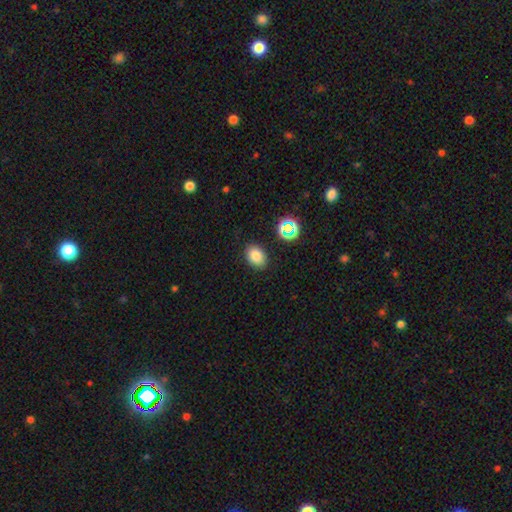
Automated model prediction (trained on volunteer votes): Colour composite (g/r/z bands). It shows a smooth galaxy with no disk features (80%) that is in between round and cigar-shaped (75%). Merging: none (85%).